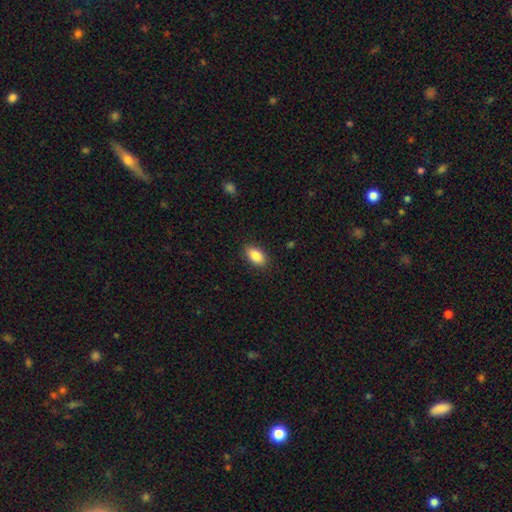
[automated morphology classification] The model was most divided on "smooth or featured": smooth: 86%, star or artifact: 7%, featured or disk: 7%. More confident: how rounded — in between (92%); merging — none (89%).